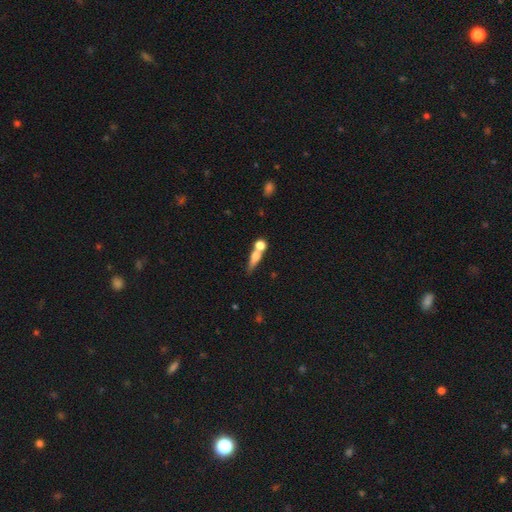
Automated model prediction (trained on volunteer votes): Smooth or featured: smooth — 59% (featured or disk — 30%)
How rounded: cigar-shaped — 46% (in between — 32%)
Merging: merger — 42% (none — 39%)